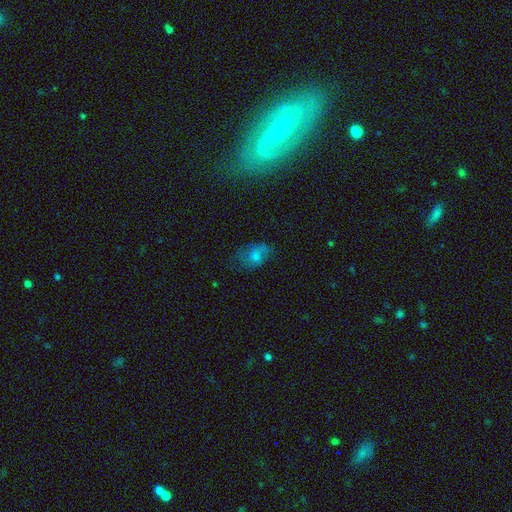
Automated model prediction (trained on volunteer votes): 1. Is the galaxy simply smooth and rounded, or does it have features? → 50% smooth, 33% featured or disk, 17% star or artifact.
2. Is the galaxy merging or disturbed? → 59% none, 24% minor disturbance, 14% major disturbance, 3% merger.